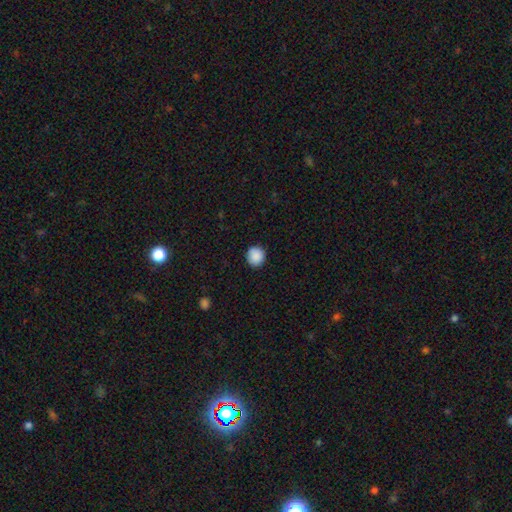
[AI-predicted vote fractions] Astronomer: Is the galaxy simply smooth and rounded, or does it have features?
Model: smooth — 89%.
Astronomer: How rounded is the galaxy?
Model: round — 89%.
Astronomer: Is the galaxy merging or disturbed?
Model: none — 89%.